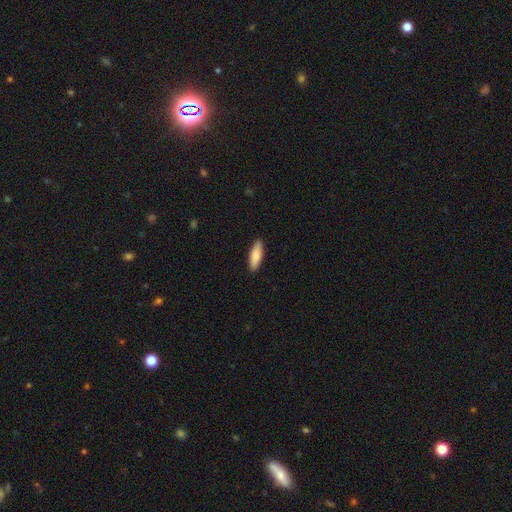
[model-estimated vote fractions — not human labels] This is clearly a smooth galaxy (85%). How rounded: possibly in between (54%). Merging: clearly none (90%).